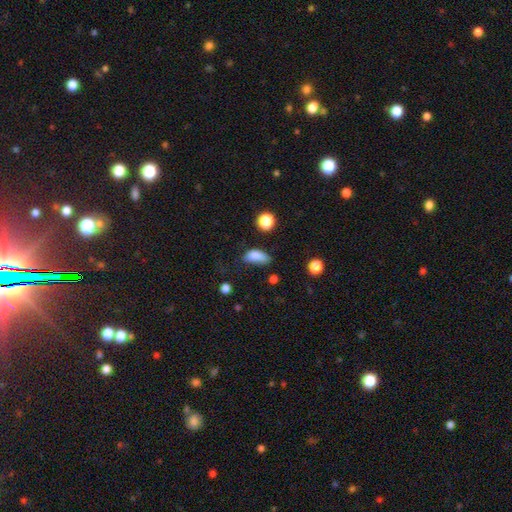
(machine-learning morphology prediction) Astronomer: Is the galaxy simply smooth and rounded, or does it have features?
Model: smooth — 83%.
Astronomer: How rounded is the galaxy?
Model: in between — 84%.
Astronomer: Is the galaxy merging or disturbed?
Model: none — 41% (runner-up: minor disturbance, 39%).